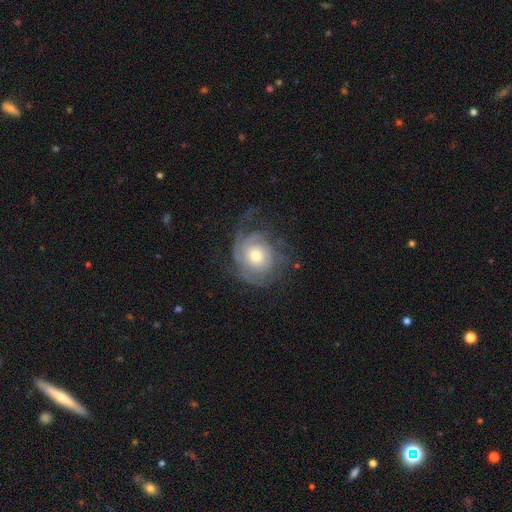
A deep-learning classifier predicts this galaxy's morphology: featured or disk 76%, smooth 18%, star or artifact 7%. Down the decision tree: edge-on disk — no (97%); bar — no (79%); spiral arms — yes (91%); spiral arm count — can't tell (39%); spiral winding — tight (61%); bulge size — moderate (63%); merging — none (58%).